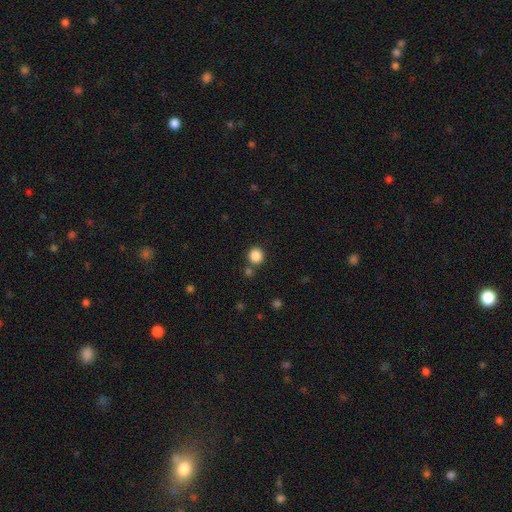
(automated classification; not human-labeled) The model was most divided on "merging": none: 79%, merger: 10%, minor disturbance: 8%, major disturbance: 3%. More confident: how rounded — round (90%); smooth or featured — smooth (86%).